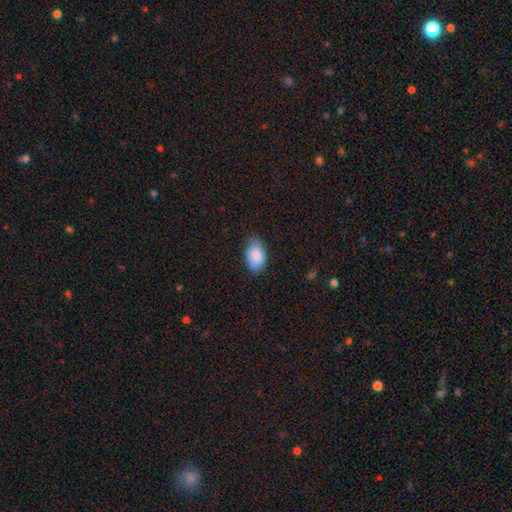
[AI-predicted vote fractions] smooth 86%, featured or disk 8%, star or artifact 7%. Down the decision tree: how rounded — in between (92%); merging — none (67%).